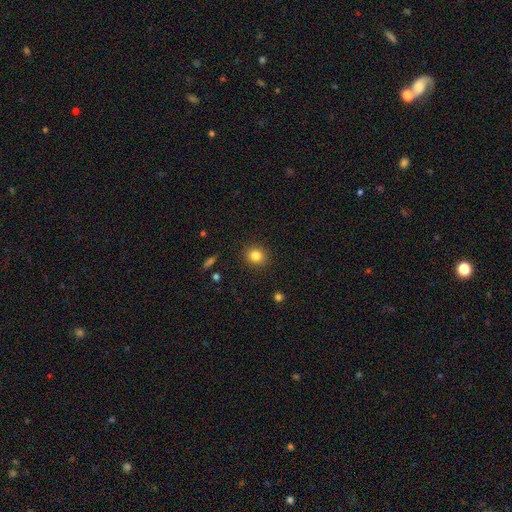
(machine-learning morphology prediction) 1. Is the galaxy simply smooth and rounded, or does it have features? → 83% smooth, 11% star or artifact, 6% featured or disk.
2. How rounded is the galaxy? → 77% round, 22% in between, 1% cigar-shaped.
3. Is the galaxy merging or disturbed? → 90% none, 7% minor disturbance, 2% major disturbance, 1% merger.